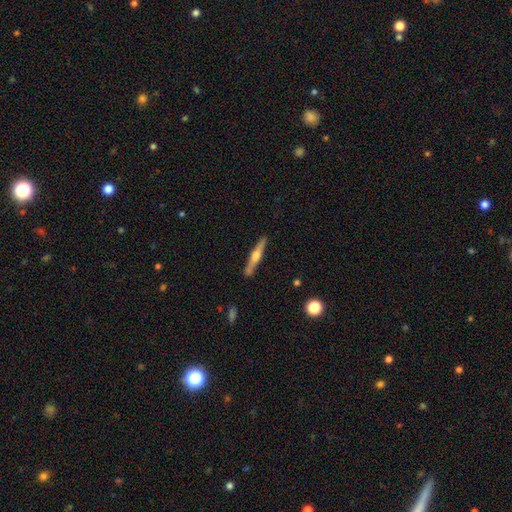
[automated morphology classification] A featured or disk galaxy (63%) viewed edge-on (97%) with a rounded central bulge (92%). Merging: none (88%).